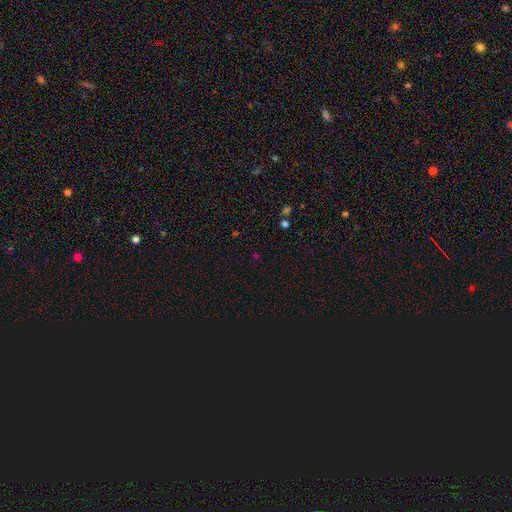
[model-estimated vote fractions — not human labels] A star or artifact, not a galaxy (59%).